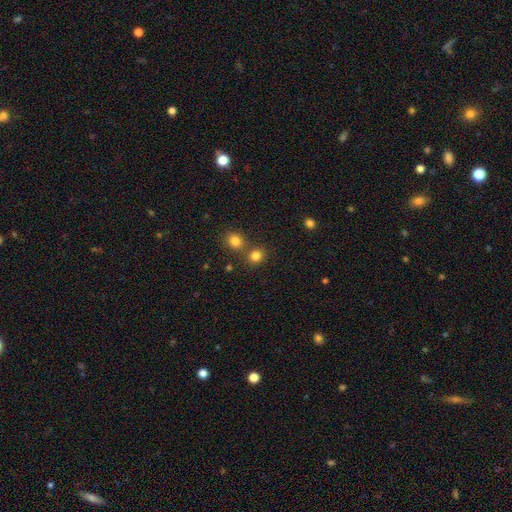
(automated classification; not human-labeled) Q: Smooth or featured?
A: smooth (81%); runner-up: star or artifact (14%)
Q: How rounded?
A: round (83%); runner-up: in between (16%)
Q: Merging?
A: none (66%); runner-up: merger (24%)